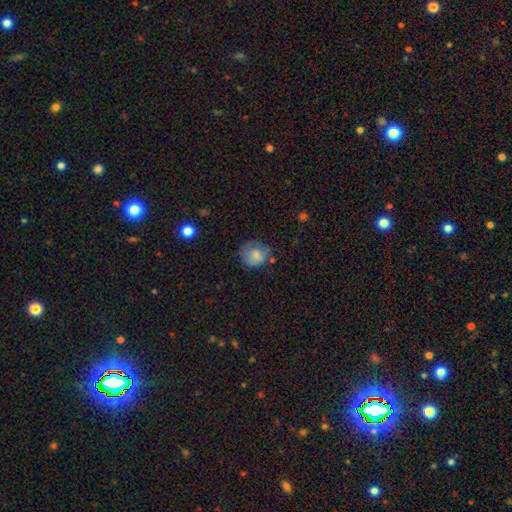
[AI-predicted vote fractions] smooth 74%, featured or disk 17%, star or artifact 9%. Down the decision tree: how rounded — round (80%); merging — none (58%).